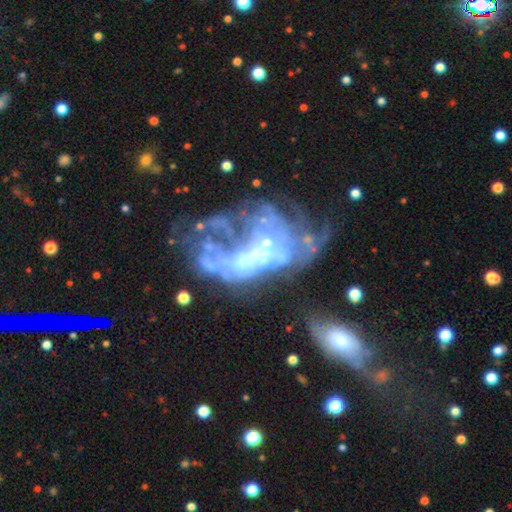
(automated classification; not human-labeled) A featured or disk galaxy (71%) with no bar (84%), no spiral arms (82%) and no central bulge (50%). Merging: major disturbance (40%).